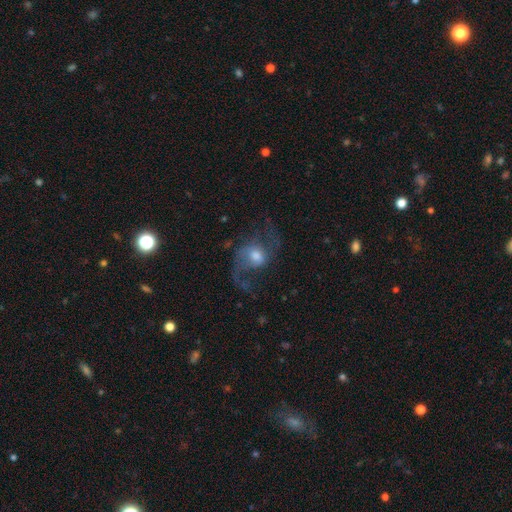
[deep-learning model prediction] Smooth or featured? Predicted: featured or disk (p=0.78). Edge-on disk? Predicted: no (p=0.97). Bar? Predicted: no (p=0.55). Spiral arms? Predicted: yes (p=0.93). Spiral winding? Predicted: loose (p=0.71). Spiral arm count? Predicted: 2 (p=0.88). Bulge size? Predicted: moderate (p=0.58). Merging? Predicted: none (p=0.57).